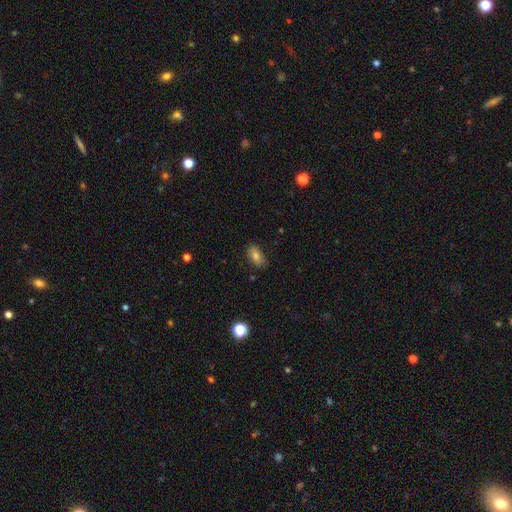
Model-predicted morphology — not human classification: This appears to be a smooth galaxy with no disk features (72%) that is in between round and cigar-shaped (89%). Merging: none (83%).